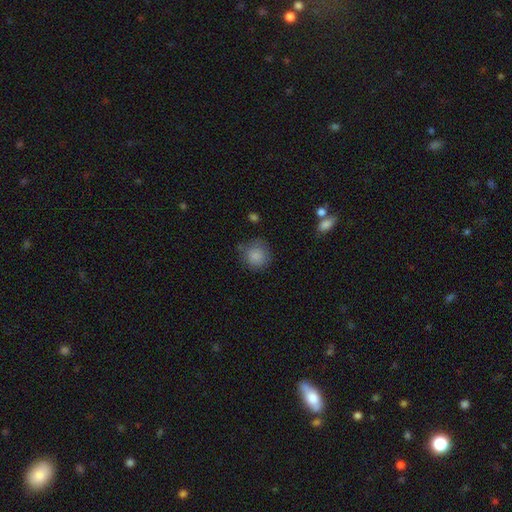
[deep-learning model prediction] smooth_or_featured: smooth (p=0.85) [alt: star or artifact p=0.09]
how_rounded: round (p=0.90) [alt: in between p=0.09]
merging: none (p=0.71) [alt: minor disturbance p=0.20]